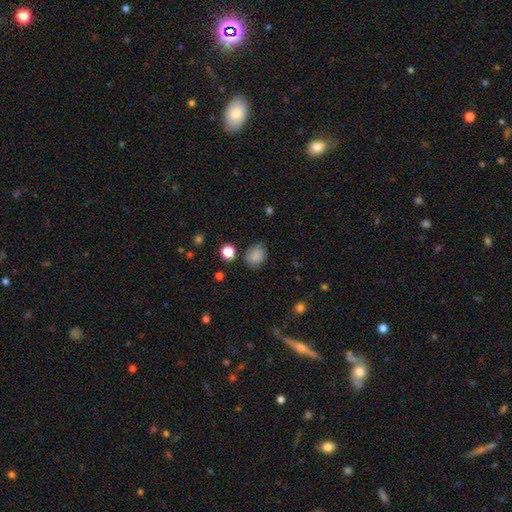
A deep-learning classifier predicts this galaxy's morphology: smooth-or-featured: smooth: 83% | star or artifact: 10% | featured or disk: 6%
  how-rounded: round: 58% | in between: 41% | cigar-shaped: 1%
  merging: none: 73% | minor disturbance: 19% | major disturbance: 5% | merger: 3%